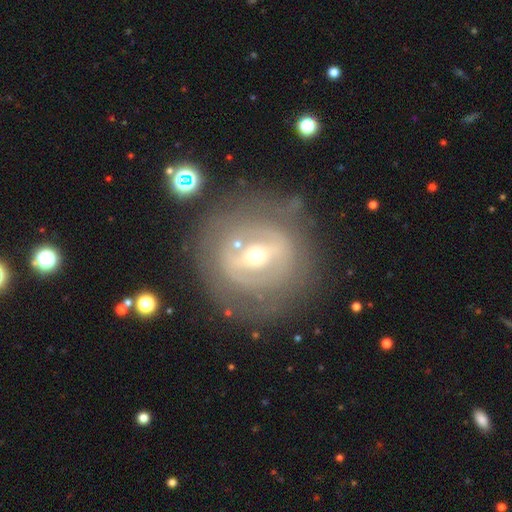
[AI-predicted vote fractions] A featured or disk galaxy (72%) with a strong bar (45%), no spiral arms (62%) and a small central bulge (50%). Merging: none (75%).